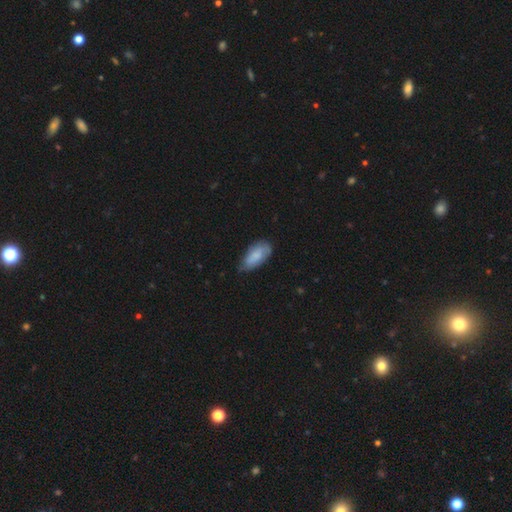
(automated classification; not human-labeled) smooth 79%, featured or disk 15%, star or artifact 6%. Down the decision tree: how rounded — in between (90%); merging — none (60%).